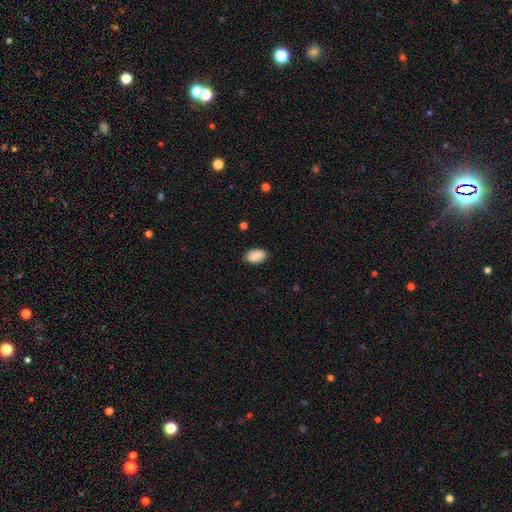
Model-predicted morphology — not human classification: Smooth or featured? smooth (89%)
How rounded? in between (92%)
Merging? none (84%)